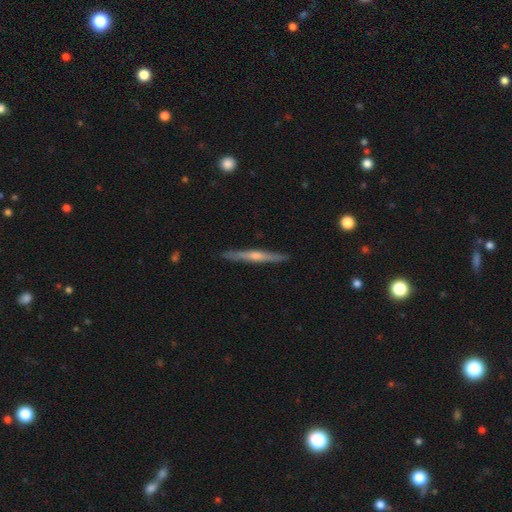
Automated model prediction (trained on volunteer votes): A featured or disk galaxy (74%) viewed edge-on (97%) with a rounded central bulge (81%).

Vote fractions:
- Smooth or featured? featured or disk: 74% / smooth: 20% / star or artifact: 6%
- Edge-on disk? yes: 97% / no: 3%
- Edge-on bulge? rounded: 81% / none: 13% / boxy: 5%
- Merging? none: 90% / minor disturbance: 7% / major disturbance: 1% / merger: 1%